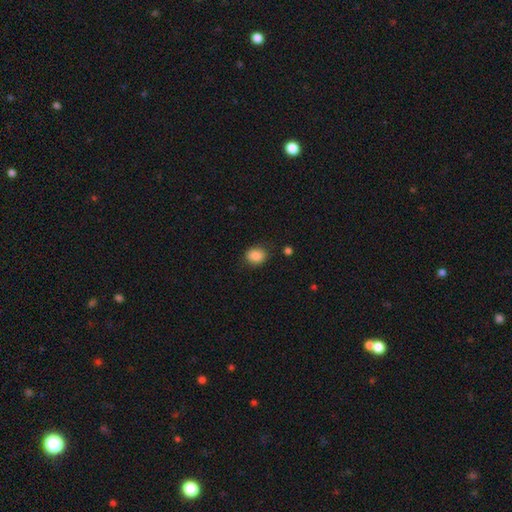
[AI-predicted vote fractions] Morphology: type=smooth (87%); roundness=round (54%); merging=none (83%).